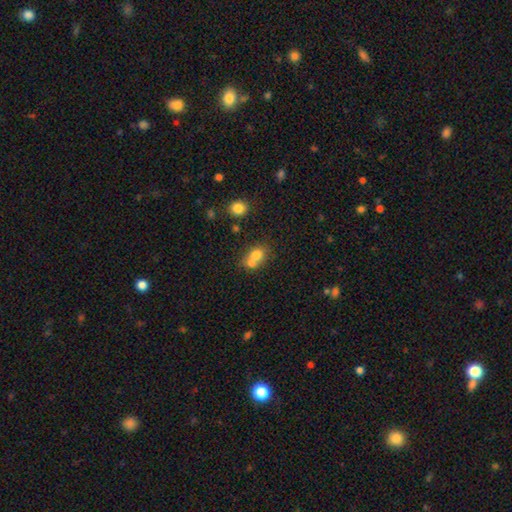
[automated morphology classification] The model was most divided on "how rounded": round: 60%, in between: 39%, cigar-shaped: 1%. More confident: smooth or featured — smooth (74%); merging — merger (59%).